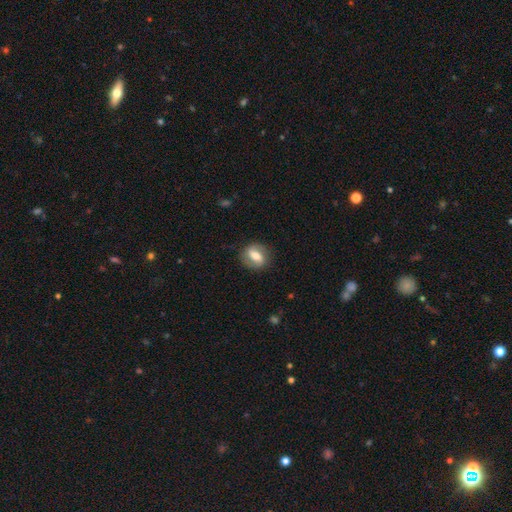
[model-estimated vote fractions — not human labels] Smooth or featured?
  - featured or disk: 49% *
  - smooth: 43%
  - star or artifact: 7%
Merging?
  - none: 82% *
  - minor disturbance: 12%
  - major disturbance: 4%
  - merger: 1%